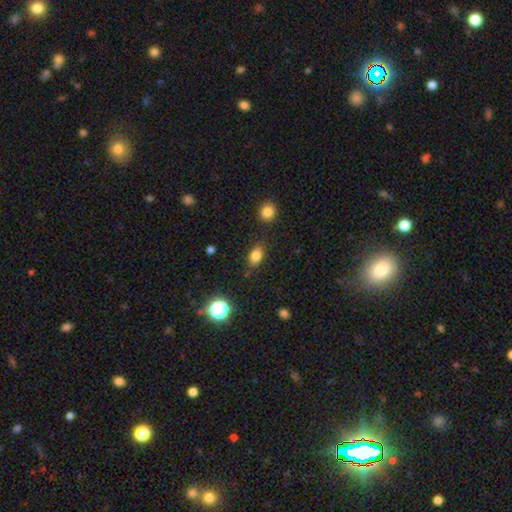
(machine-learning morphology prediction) This is clearly a smooth galaxy (81%). How rounded: likely in between (80%). Merging: clearly none (82%).